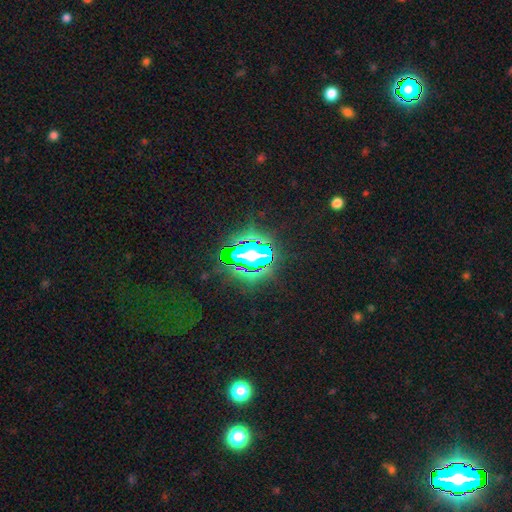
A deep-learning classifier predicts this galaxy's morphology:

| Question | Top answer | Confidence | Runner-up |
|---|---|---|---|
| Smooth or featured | star or artifact | 76% | smooth (15%) |